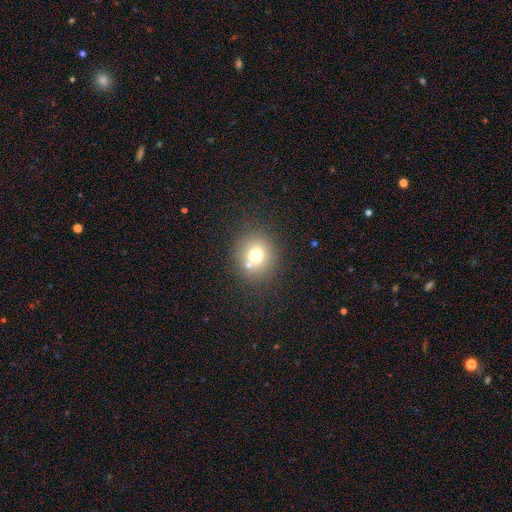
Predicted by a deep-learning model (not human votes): Smooth or featured: smooth — 70% (star or artifact — 16%)
How rounded: round — 87% (in between — 12%)
Merging: none — 73% (merger — 14%)